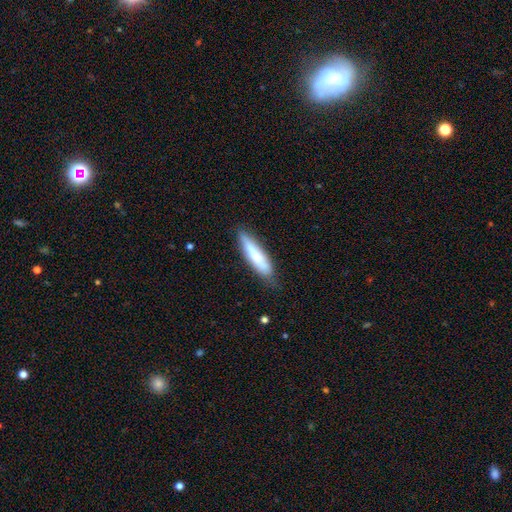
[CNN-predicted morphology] A smooth galaxy with no disk features (69%) that is cigar-shaped (76%).

Vote fractions:
- Smooth or featured? smooth: 69% / featured or disk: 25% / star or artifact: 6%
- How rounded? cigar-shaped: 76% / in between: 22% / round: 1%
- Merging? none: 72% / minor disturbance: 21% / major disturbance: 4% / merger: 2%